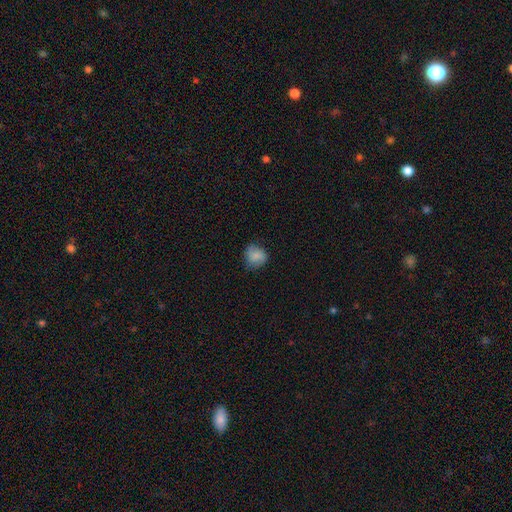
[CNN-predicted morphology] smooth-or-featured: smooth: 80% | featured or disk: 11% | star or artifact: 8%
  how-rounded: round: 77% | in between: 22% | cigar-shaped: 1%
  merging: none: 70% | minor disturbance: 23% | major disturbance: 6% | merger: 1%